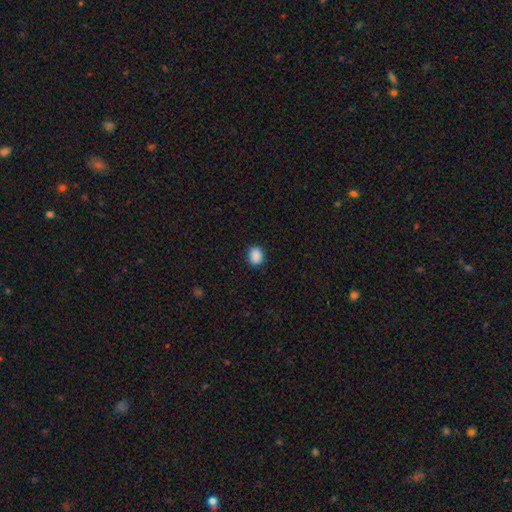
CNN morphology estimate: Overall: smooth (89%). How rounded: in between (60%; round 39%). Merging: none (88%).